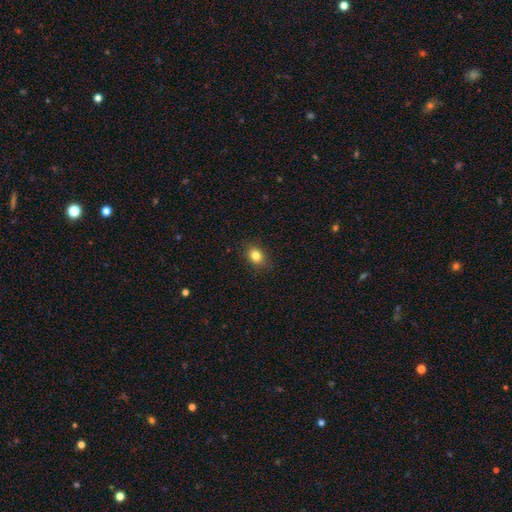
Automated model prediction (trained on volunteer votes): The model was most divided on "how rounded": in between: 58%, round: 41%, cigar-shaped: 1%. More confident: merging — none (86%); smooth or featured — smooth (82%).